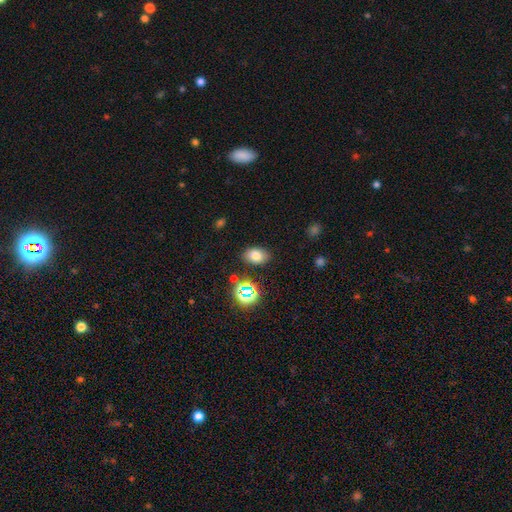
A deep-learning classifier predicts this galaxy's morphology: smooth_or_featured: smooth (p=0.74) [alt: star or artifact p=0.16]
how_rounded: in between (p=0.82) [alt: round p=0.17]
merging: none (p=0.83) [alt: minor disturbance p=0.11]